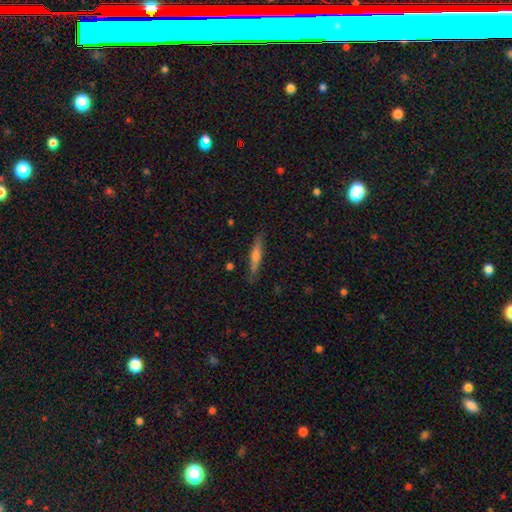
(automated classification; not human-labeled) Smooth or featured? smooth (51%)
How rounded? cigar-shaped (90%)
Merging? none (83%)